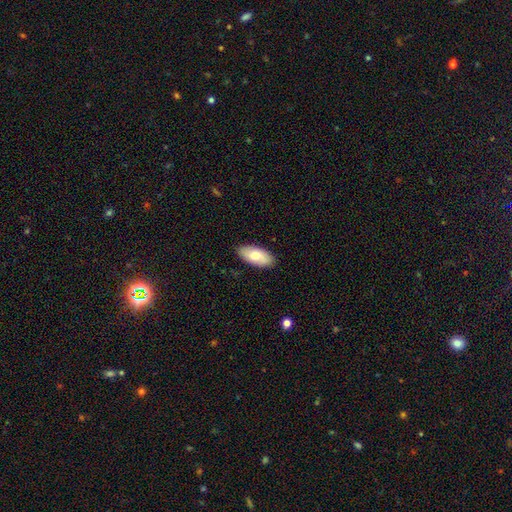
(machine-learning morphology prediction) smooth_or_featured: smooth (p=0.77) [alt: featured or disk p=0.17]
how_rounded: in between (p=0.91) [alt: cigar-shaped p=0.07]
merging: none (p=0.87) [alt: minor disturbance p=0.10]